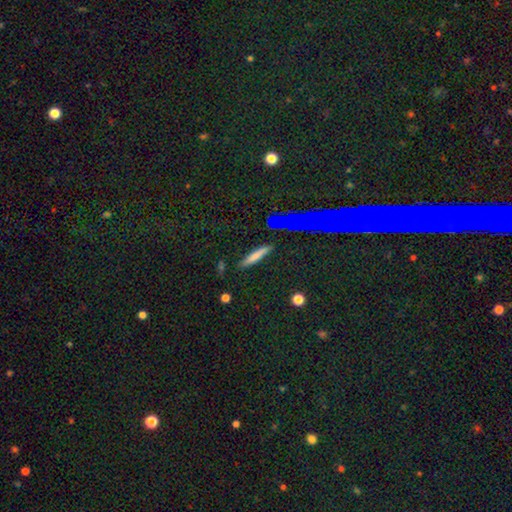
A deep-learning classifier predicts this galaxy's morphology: Smooth or featured: smooth — 71% (featured or disk — 17%)
How rounded: cigar-shaped — 91% (in between — 7%)
Merging: none — 85% (minor disturbance — 10%)